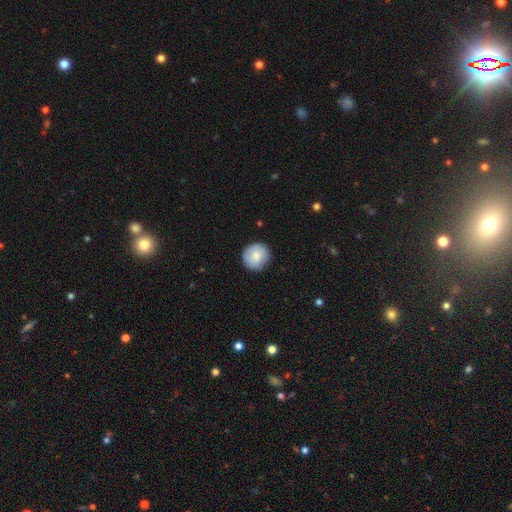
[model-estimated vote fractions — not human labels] Smooth or featured? Predicted: smooth (p=0.83). How rounded? Predicted: round (p=0.94). Merging? Predicted: none (p=0.88).